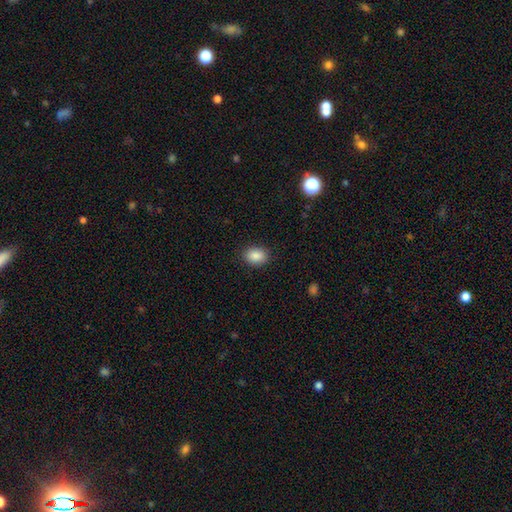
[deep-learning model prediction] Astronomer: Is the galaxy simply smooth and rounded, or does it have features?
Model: smooth — 87%.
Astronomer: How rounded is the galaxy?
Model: in between — 66%.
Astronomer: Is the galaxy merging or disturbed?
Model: none — 89%.